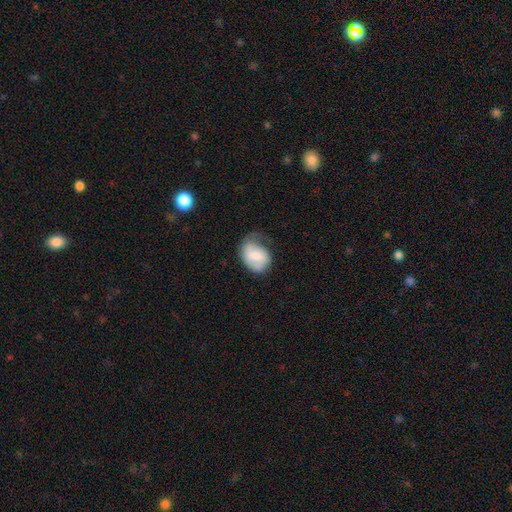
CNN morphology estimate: Smooth or featured: smooth — 53% (featured or disk — 41%)
How rounded: in between — 59% (round — 40%)
Merging: none — 39% (minor disturbance — 38%)